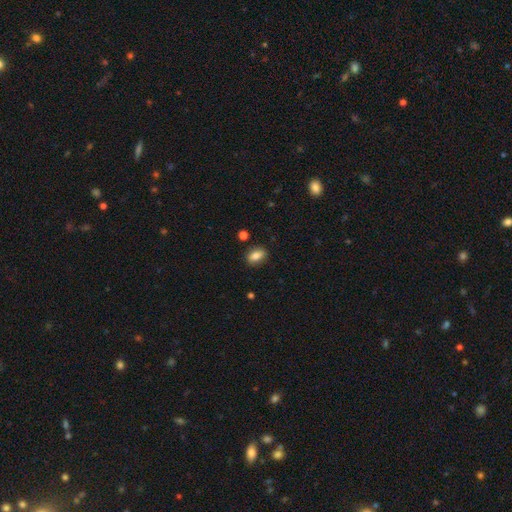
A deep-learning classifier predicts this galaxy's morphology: Smooth or featured?
  - smooth: 81% *
  - featured or disk: 10%
  - star or artifact: 9%
How rounded?
  - in between: 78% *
  - round: 18%
  - cigar-shaped: 3%
Merging?
  - none: 82% *
  - minor disturbance: 13%
  - major disturbance: 3%
  - merger: 2%